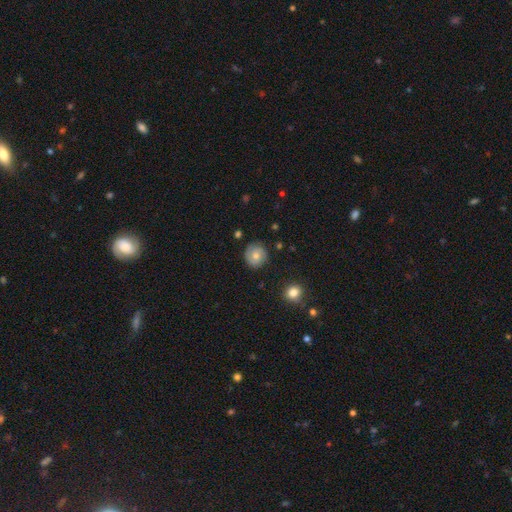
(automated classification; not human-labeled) This appears to be a featured or disk galaxy (47%). Merging: none (83%).